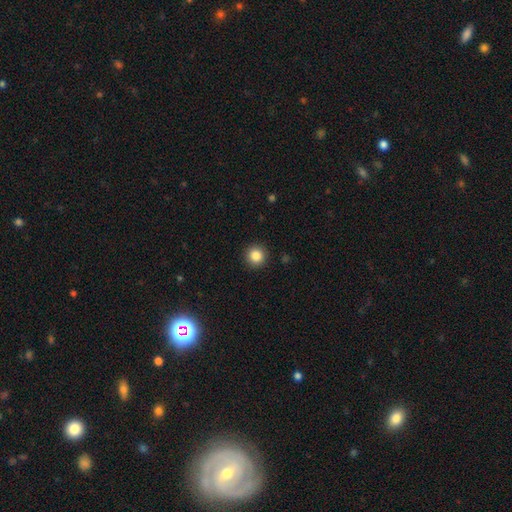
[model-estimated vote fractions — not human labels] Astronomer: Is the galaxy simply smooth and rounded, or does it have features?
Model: smooth — 85%.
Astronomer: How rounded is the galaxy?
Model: round — 95%.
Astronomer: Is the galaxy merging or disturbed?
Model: none — 92%.